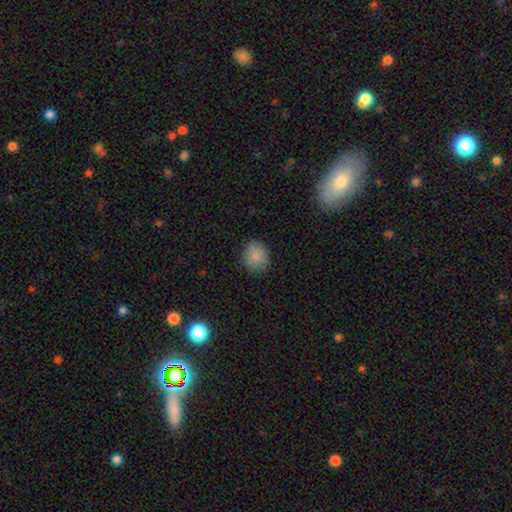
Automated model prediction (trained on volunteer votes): A smooth galaxy with no disk features (85%) that is round (74%). Merging: none (82%).